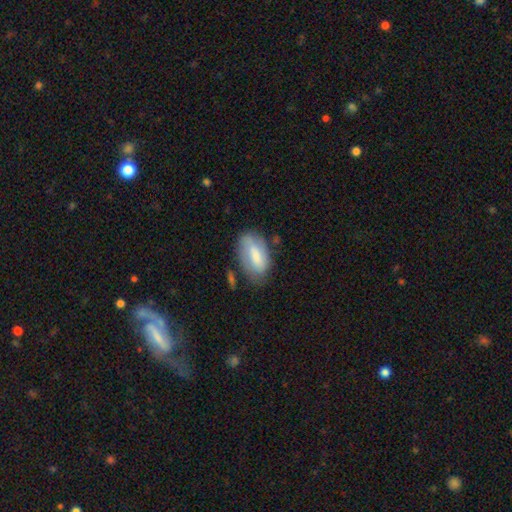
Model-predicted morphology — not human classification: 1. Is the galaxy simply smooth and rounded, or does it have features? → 70% smooth, 24% featured or disk, 7% star or artifact.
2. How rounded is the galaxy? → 90% in between, 6% cigar-shaped, 3% round.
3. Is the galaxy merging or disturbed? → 61% none, 27% minor disturbance, 8% major disturbance, 4% merger.